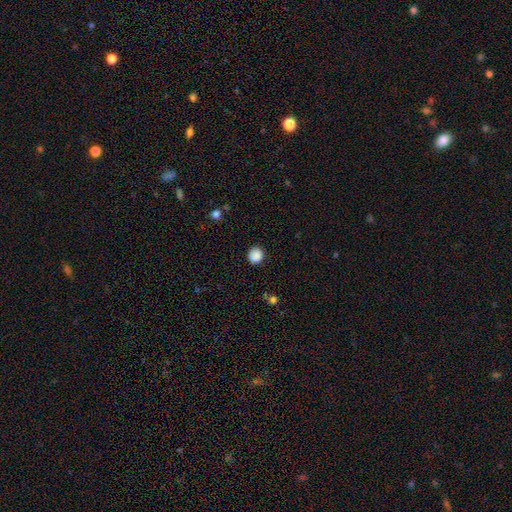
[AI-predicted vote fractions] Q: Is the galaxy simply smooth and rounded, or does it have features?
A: smooth — 87%.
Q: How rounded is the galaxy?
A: round — 85%.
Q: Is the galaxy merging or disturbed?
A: none — 88%.